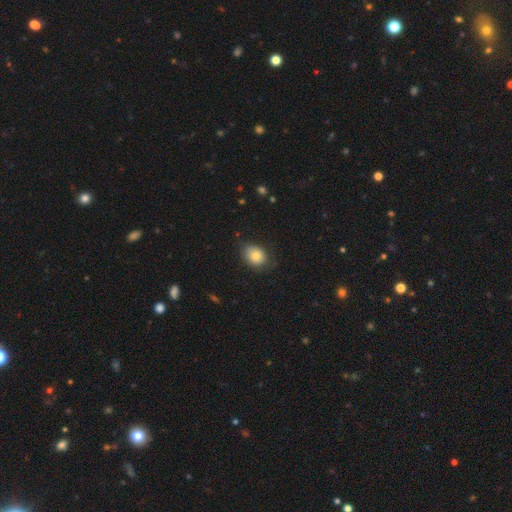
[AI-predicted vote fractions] Smooth or featured? Predicted: smooth (p=0.80). How rounded? Predicted: in between (p=0.54). Merging? Predicted: none (p=0.72).